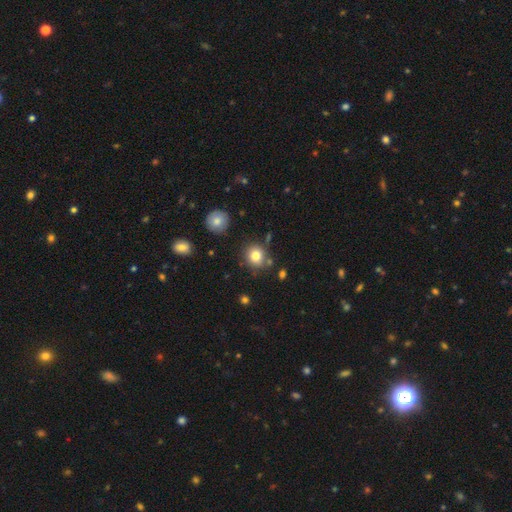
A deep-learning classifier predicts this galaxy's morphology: A smooth galaxy with no disk features (80%) that is round (88%). Merging: none (80%).